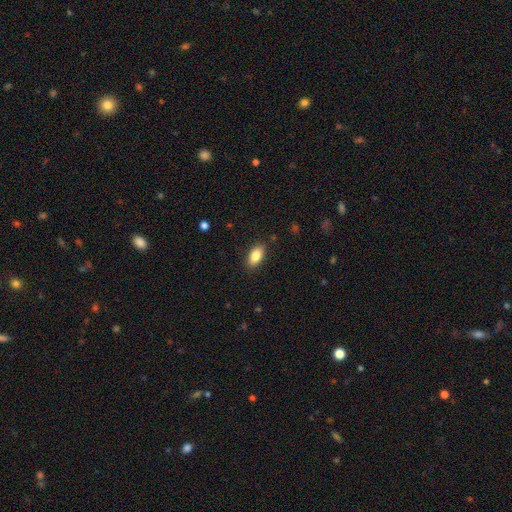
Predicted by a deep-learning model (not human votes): Morphology: type=smooth (86%); roundness=in between (92%); merging=none (87%).